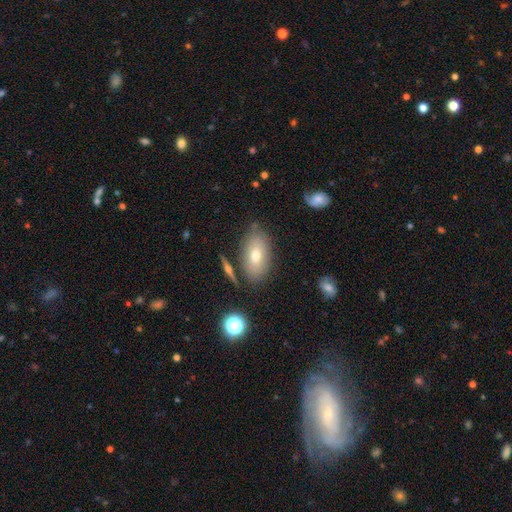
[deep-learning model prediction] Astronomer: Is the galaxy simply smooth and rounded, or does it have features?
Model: smooth — 66%.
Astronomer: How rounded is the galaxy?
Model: in between — 90%.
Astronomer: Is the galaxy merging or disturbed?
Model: none — 74%.